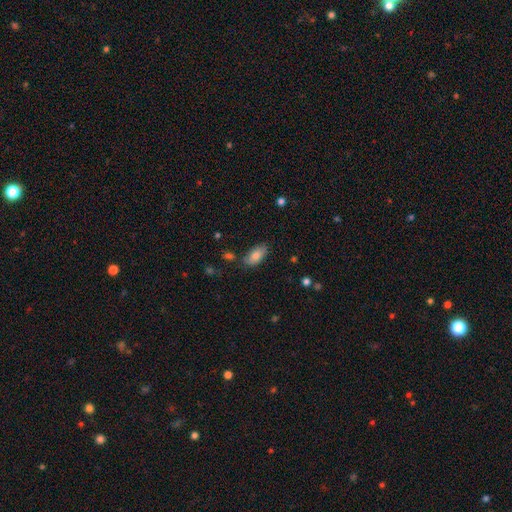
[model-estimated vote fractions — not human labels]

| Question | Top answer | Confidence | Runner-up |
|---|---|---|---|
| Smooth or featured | smooth | 82% | featured or disk (11%) |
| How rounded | in between | 93% | cigar-shaped (4%) |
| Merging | none | 73% | minor disturbance (19%) |